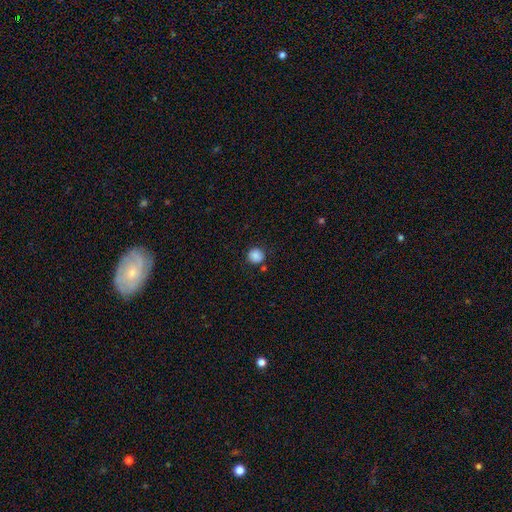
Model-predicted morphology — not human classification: smooth_or_featured: smooth (p=0.87) [alt: star or artifact p=0.10]
how_rounded: round (p=0.93) [alt: in between p=0.06]
merging: none (p=0.83) [alt: minor disturbance p=0.09]